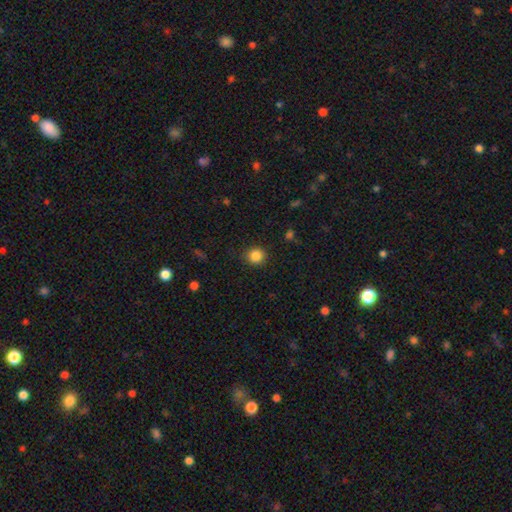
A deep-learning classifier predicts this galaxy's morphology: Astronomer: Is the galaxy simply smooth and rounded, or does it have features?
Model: smooth — 85%.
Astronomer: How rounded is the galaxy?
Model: round — 89%.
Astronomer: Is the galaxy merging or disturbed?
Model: none — 87%.